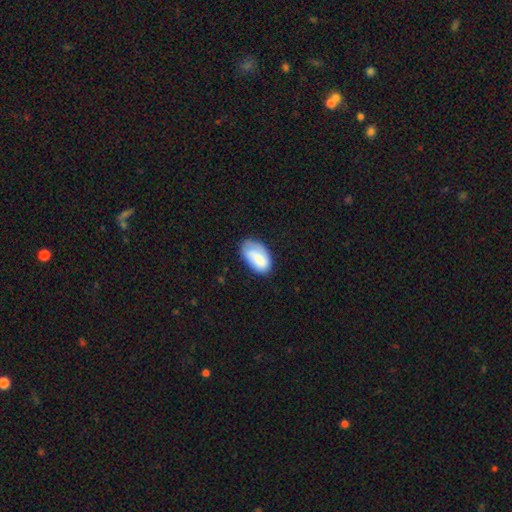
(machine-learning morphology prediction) Smooth or featured? Predicted: smooth (p=0.76). How rounded? Predicted: in between (p=0.94). Merging? Predicted: none (p=0.61).